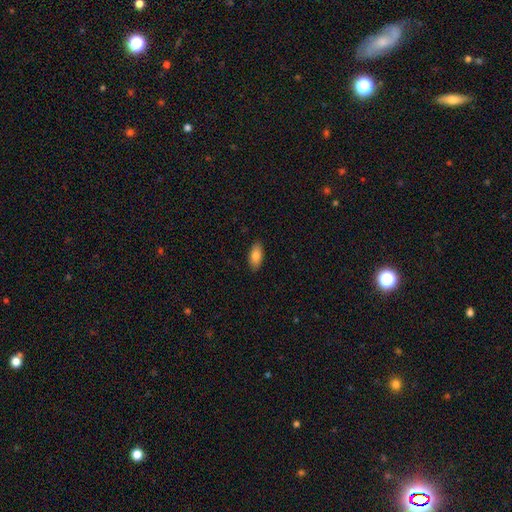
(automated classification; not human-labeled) This appears to be a smooth galaxy with no disk features (83%) that is in between round and cigar-shaped (89%). Merging: none (88%).